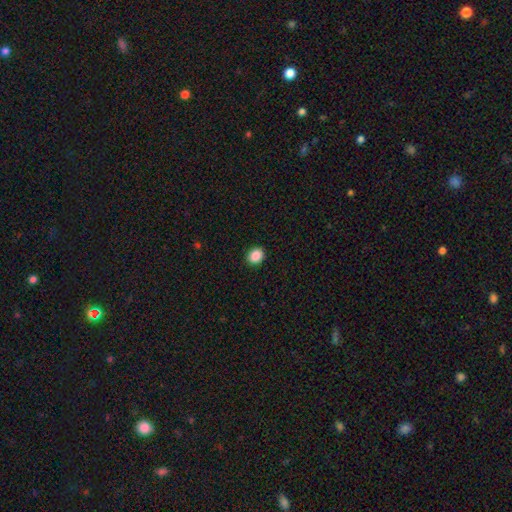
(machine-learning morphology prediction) Smooth or featured?
  - smooth: 88% *
  - star or artifact: 9%
  - featured or disk: 3%
How rounded?
  - round: 60% *
  - in between: 39%
  - cigar-shaped: 1%
Merging?
  - none: 91% *
  - minor disturbance: 6%
  - major disturbance: 2%
  - merger: 1%